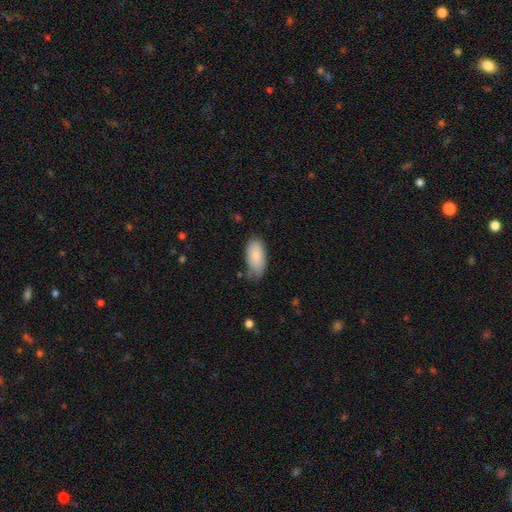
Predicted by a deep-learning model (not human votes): Smooth or featured?
  - smooth: 86% *
  - featured or disk: 8%
  - star or artifact: 6%
How rounded?
  - in between: 93% *
  - cigar-shaped: 5%
  - round: 2%
Merging?
  - none: 66% *
  - minor disturbance: 26%
  - major disturbance: 5%
  - merger: 3%